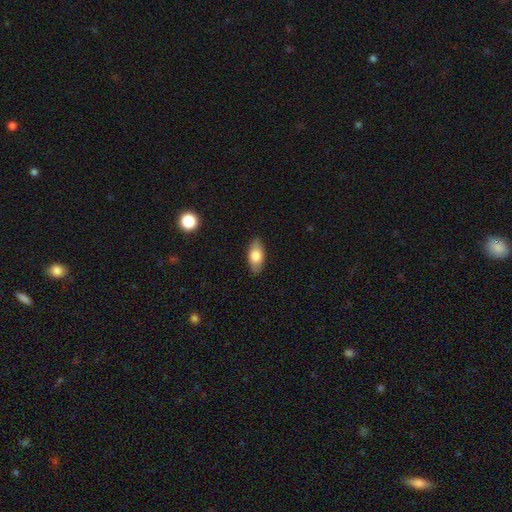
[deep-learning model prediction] Q: Smooth or featured?
A: smooth (75%); runner-up: featured or disk (19%)
Q: How rounded?
A: in between (88%); runner-up: cigar-shaped (8%)
Q: Merging?
A: none (87%); runner-up: minor disturbance (10%)